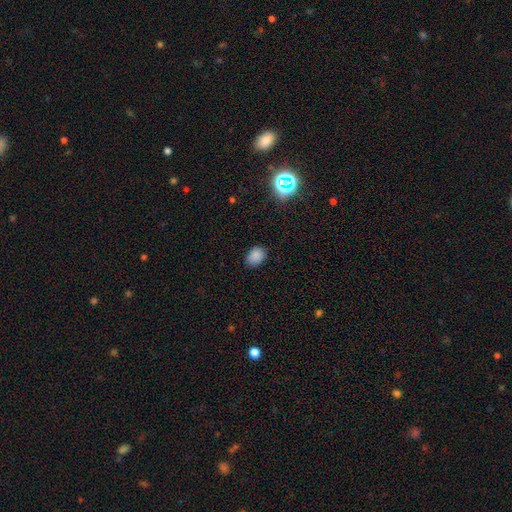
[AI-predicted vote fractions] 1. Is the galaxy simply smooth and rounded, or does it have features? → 82% smooth, 14% star or artifact, 4% featured or disk.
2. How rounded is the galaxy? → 68% in between, 31% round, 1% cigar-shaped.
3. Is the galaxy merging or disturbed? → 80% none, 16% minor disturbance, 3% major disturbance, 1% merger.